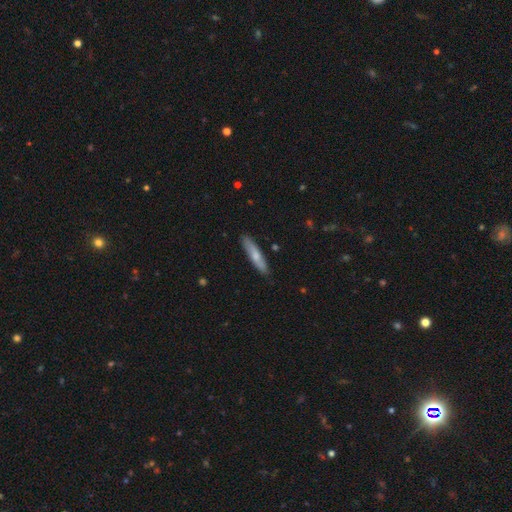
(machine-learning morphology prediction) type=smooth (66%); roundness=cigar-shaped (87%); merging=none (87%).